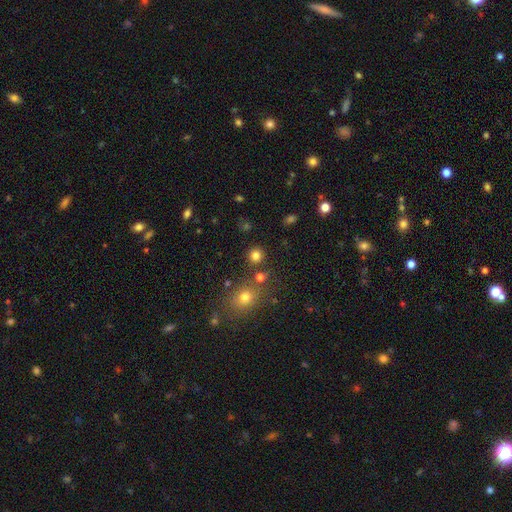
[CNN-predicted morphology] A smooth galaxy with no disk features (80%) that is round (90%).

Vote fractions:
- Smooth or featured? smooth: 80% / star or artifact: 15% / featured or disk: 5%
- How rounded? round: 90% / in between: 9% / cigar-shaped: 1%
- Merging? none: 83% / minor disturbance: 7% / merger: 7% / major disturbance: 3%